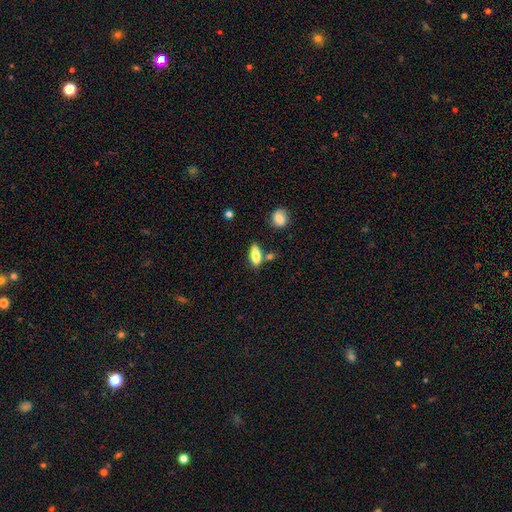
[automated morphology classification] smooth 76%, featured or disk 16%, star or artifact 8%. Down the decision tree: how rounded — in between (63%); merging — none (62%).